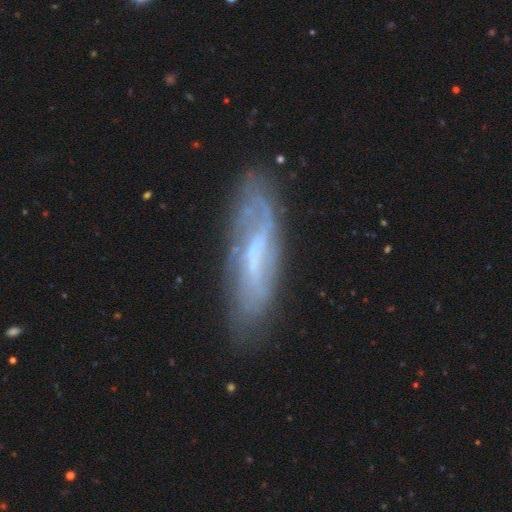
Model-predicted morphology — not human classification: Q: Smooth or featured?
A: featured or disk (69%); runner-up: smooth (24%)
Q: Edge-on disk?
A: no (74%); runner-up: yes (26%)
Q: Bar?
A: weak (44%); runner-up: no (31%)
Q: Spiral arms?
A: yes (72%); runner-up: no (28%)
Q: Bulge size?
A: small (53%); runner-up: none (25%)
Q: Merging?
A: none (70%); runner-up: minor disturbance (19%)